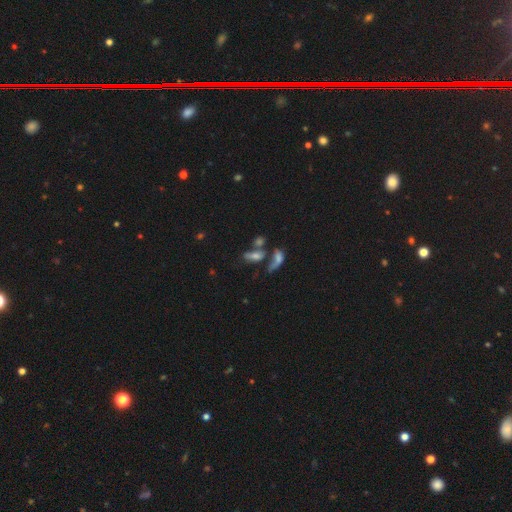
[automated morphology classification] Smooth or featured? smooth (45%)
Merging? merger (39%)